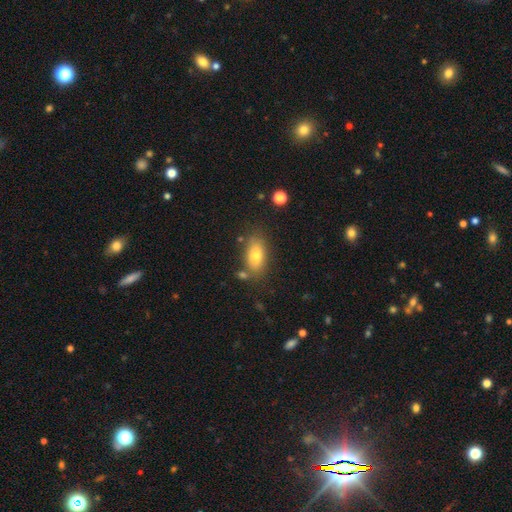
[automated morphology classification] Smooth or featured: smooth — 75% (featured or disk — 16%)
How rounded: in between — 88% (round — 7%)
Merging: none — 74% (minor disturbance — 15%)